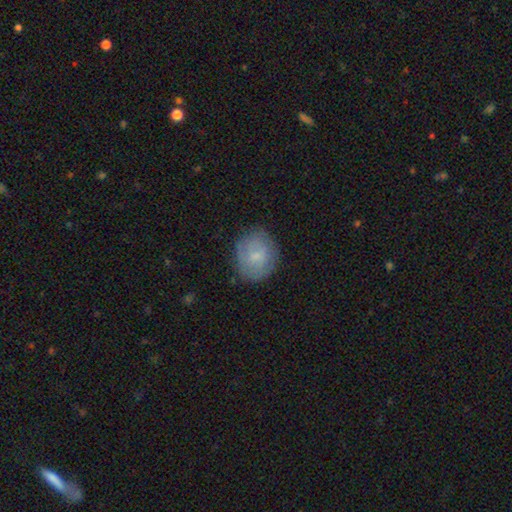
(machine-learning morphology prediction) smooth 69%, featured or disk 24%, star or artifact 7%. Down the decision tree: how rounded — round (69%); merging — none (78%).